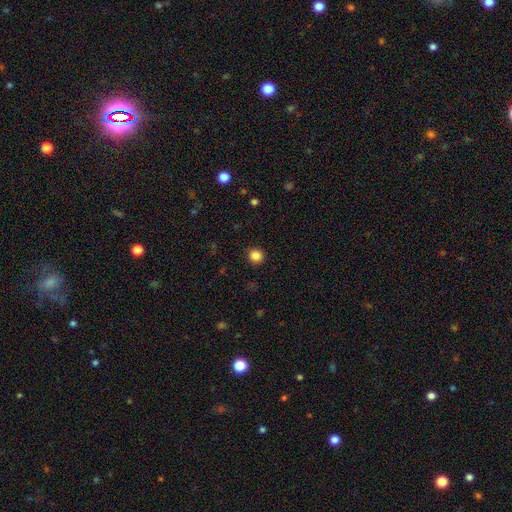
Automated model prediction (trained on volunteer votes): This appears to be a smooth galaxy with no disk features (86%) that is round (93%). Merging: none (92%).